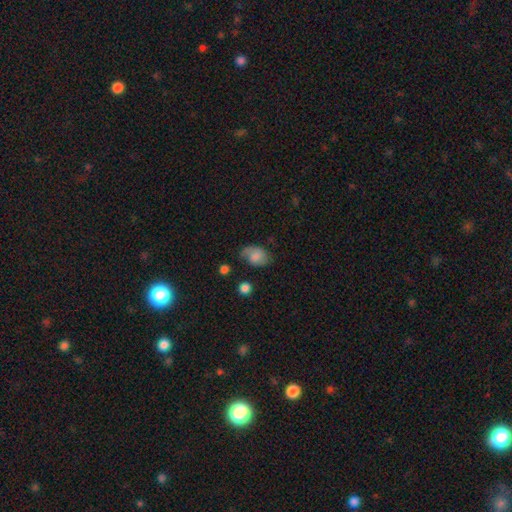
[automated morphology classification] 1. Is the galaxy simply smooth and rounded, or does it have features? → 65% smooth, 26% featured or disk, 10% star or artifact.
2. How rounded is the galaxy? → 80% in between, 19% round, 1% cigar-shaped.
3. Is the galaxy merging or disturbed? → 56% none, 29% minor disturbance, 12% major disturbance, 3% merger.